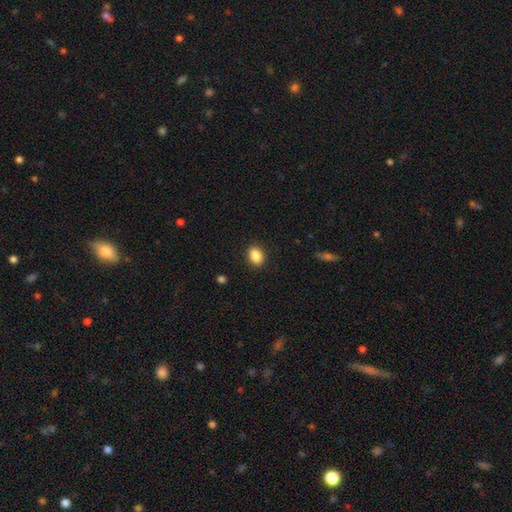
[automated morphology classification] Smooth or featured? smooth (88%)
How rounded? in between (65%)
Merging? none (90%)